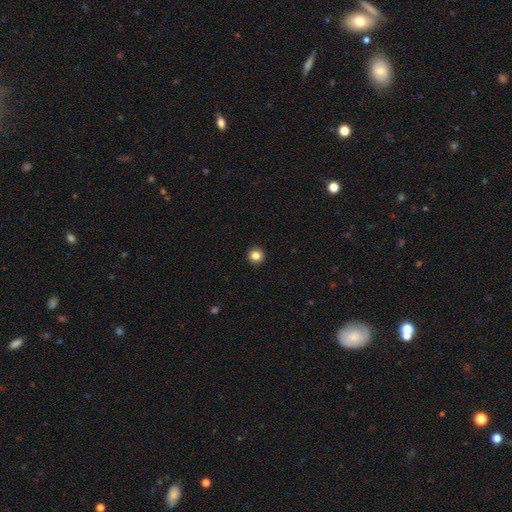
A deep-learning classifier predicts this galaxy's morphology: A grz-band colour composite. It shows a smooth galaxy with no disk features (84%) that is round (95%). Merging: none (94%).